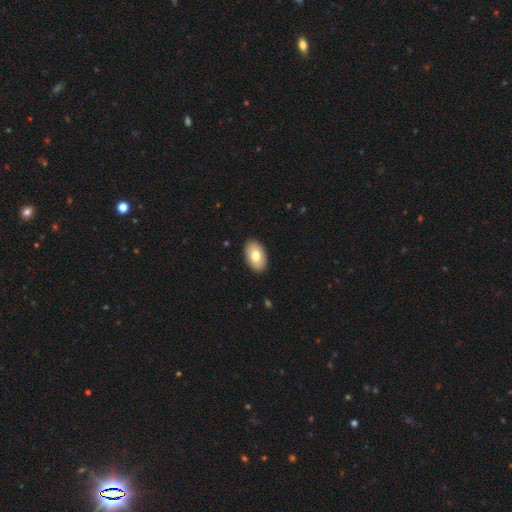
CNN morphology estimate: This is likely a smooth galaxy (77%). How rounded: clearly in between (93%). Merging: clearly none (90%).